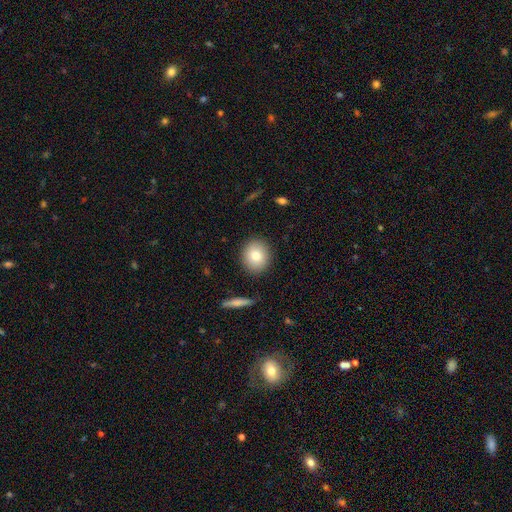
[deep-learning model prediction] smooth-or-featured: smooth: 79% | featured or disk: 13% | star or artifact: 9%
  how-rounded: round: 78% | in between: 20% | cigar-shaped: 1%
  merging: none: 89% | minor disturbance: 7% | major disturbance: 2% | merger: 2%